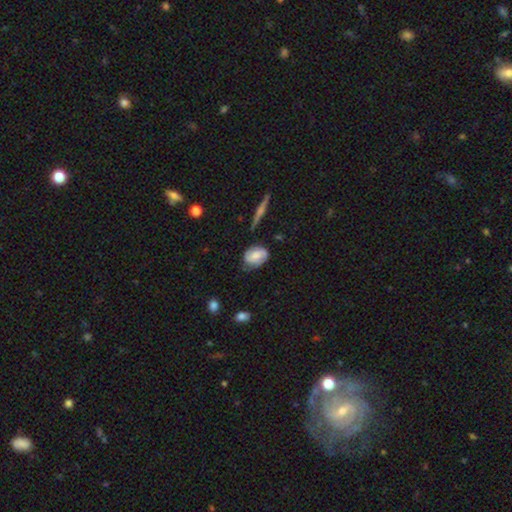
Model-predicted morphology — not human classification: This is possibly a featured or disk galaxy (53%). It is clearly not viewed edge-on (94%). Merging: likely none (67%).